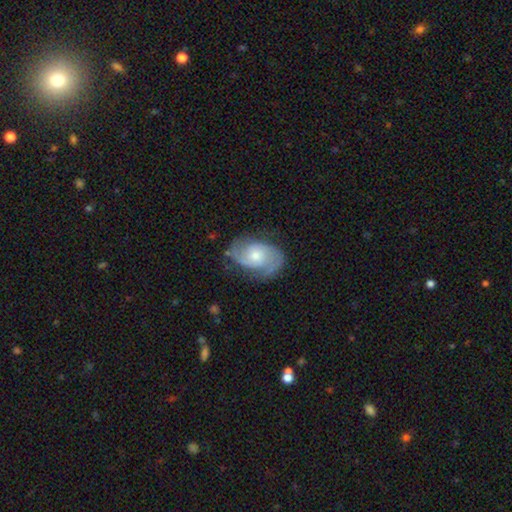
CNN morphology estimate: type=featured or disk (81%); edge-on=no (97%); bar=no (68%); spiral arms=yes (95%); winding=medium (50%); arm count=2 (86%); bulge=moderate (48%); merging=none (73%).